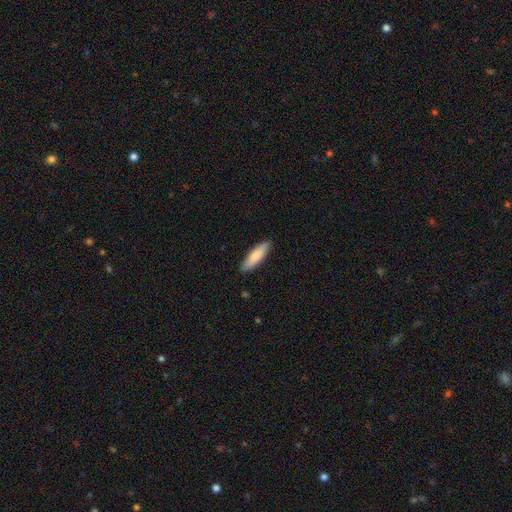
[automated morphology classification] A smooth galaxy with no disk features (83%) that is cigar-shaped (61%). Merging: none (89%).